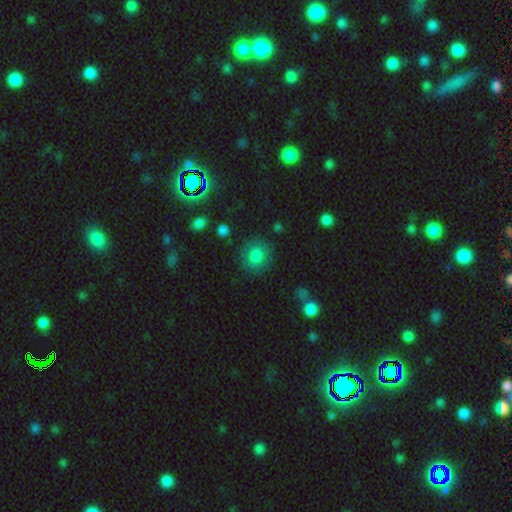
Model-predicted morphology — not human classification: smooth_or_featured: smooth (p=0.77) [alt: featured or disk p=0.12]
how_rounded: round (p=0.85) [alt: in between p=0.14]
merging: none (p=0.82) [alt: minor disturbance p=0.11]